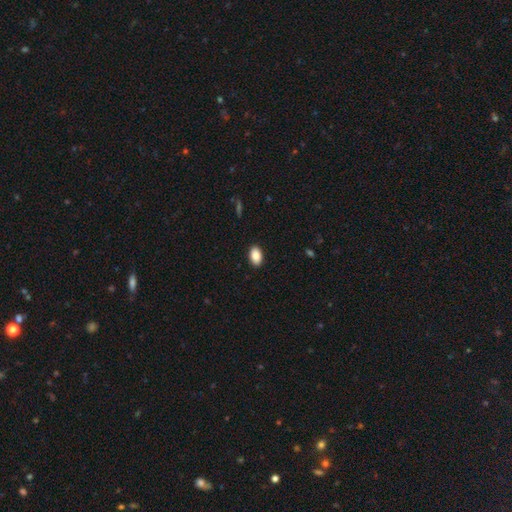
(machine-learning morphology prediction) Smooth or featured?
  - smooth: 88% *
  - star or artifact: 7%
  - featured or disk: 5%
How rounded?
  - in between: 92% *
  - round: 7%
  - cigar-shaped: 2%
Merging?
  - none: 90% *
  - minor disturbance: 7%
  - major disturbance: 2%
  - merger: 1%